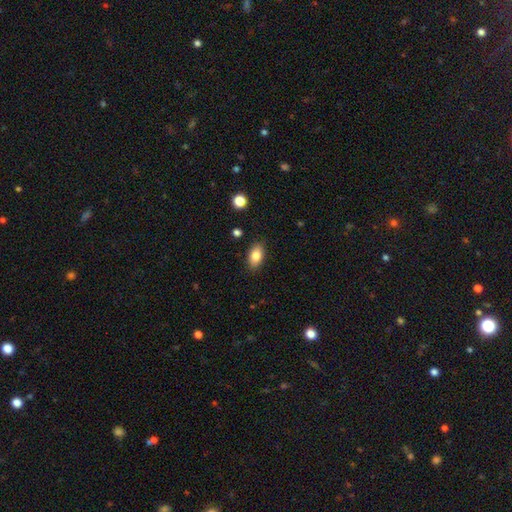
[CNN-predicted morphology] Smooth or featured?
  - smooth: 83% *
  - featured or disk: 10%
  - star or artifact: 8%
How rounded?
  - in between: 89% *
  - round: 8%
  - cigar-shaped: 2%
Merging?
  - none: 86% *
  - minor disturbance: 10%
  - major disturbance: 2%
  - merger: 1%